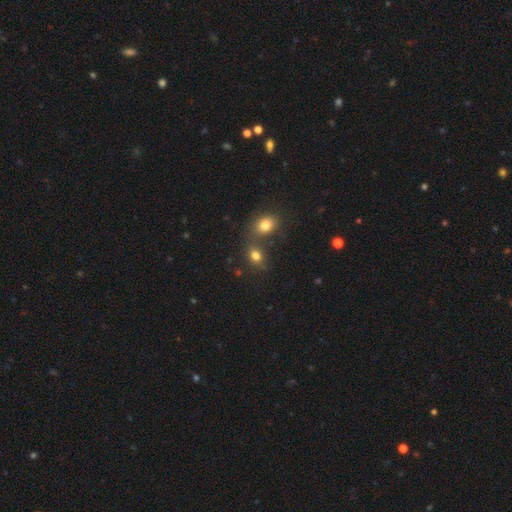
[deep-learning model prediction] smooth-or-featured: smooth: 77% | star or artifact: 15% | featured or disk: 8%
  how-rounded: round: 51% | in between: 48% | cigar-shaped: 1%
  merging: none: 50% | merger: 35% | minor disturbance: 10% | major disturbance: 4%